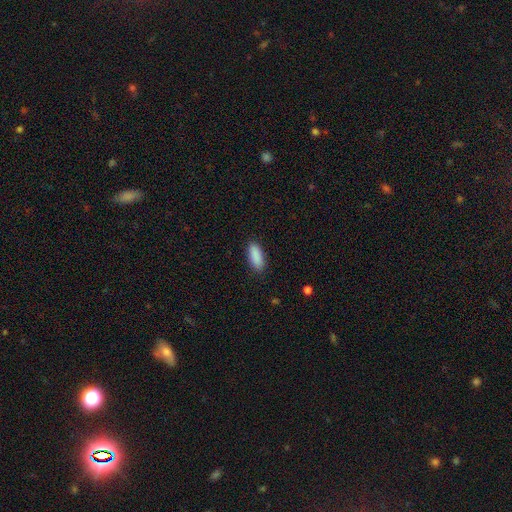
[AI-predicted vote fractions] This appears to be a smooth galaxy with no disk features (91%) that is in between round and cigar-shaped (81%). Merging: none (88%).